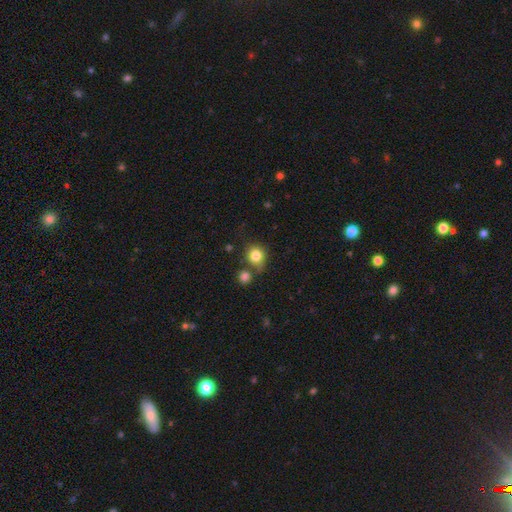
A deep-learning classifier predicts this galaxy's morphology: This is clearly a smooth galaxy (83%). How rounded: clearly round (82%). Merging: likely none (61%).